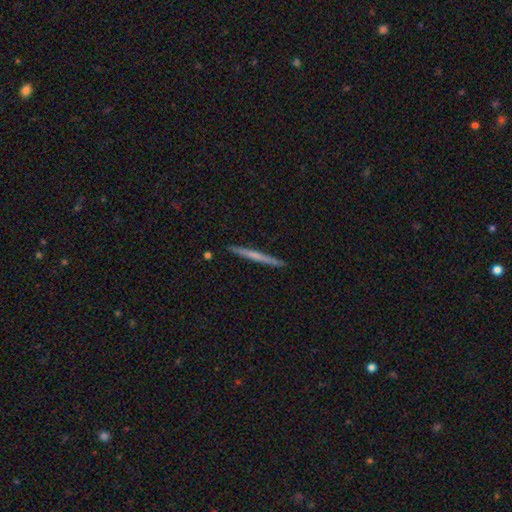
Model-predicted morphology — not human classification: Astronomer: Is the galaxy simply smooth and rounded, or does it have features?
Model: featured or disk — 52% (runner-up: smooth, 42%).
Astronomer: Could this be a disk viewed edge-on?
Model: yes — 98%.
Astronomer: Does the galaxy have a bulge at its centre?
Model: none — 67%.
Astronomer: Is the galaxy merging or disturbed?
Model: none — 92%.